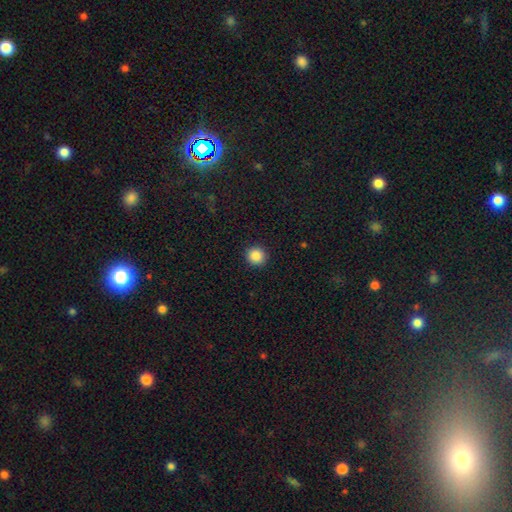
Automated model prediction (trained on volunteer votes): Smooth or featured? Predicted: smooth (p=0.87). How rounded? Predicted: round (p=0.94). Merging? Predicted: none (p=0.92).